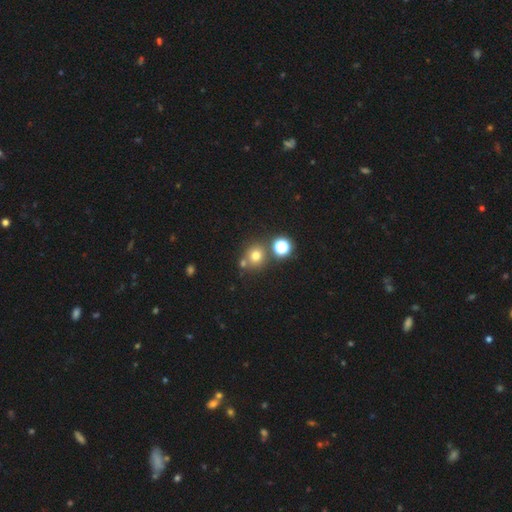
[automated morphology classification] This is likely a smooth galaxy (71%). How rounded: clearly round (87%). Merging: likely none (68%).